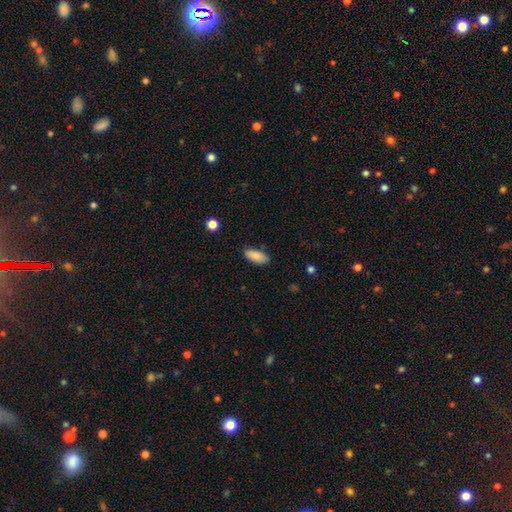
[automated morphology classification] A smooth galaxy with no disk features (88%) that is in between round and cigar-shaped (85%). Merging: none (84%).